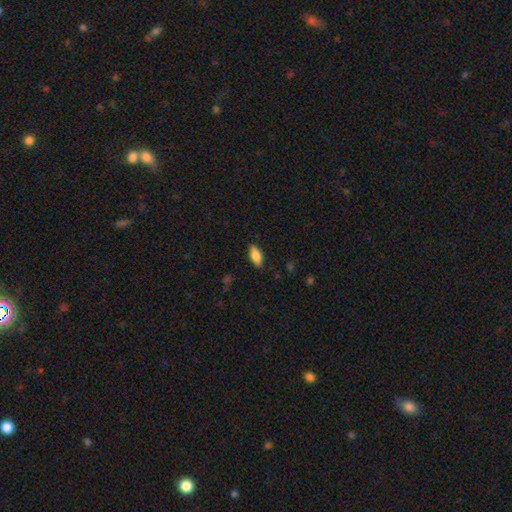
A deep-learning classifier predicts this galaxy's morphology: The model was most divided on "smooth or featured": smooth: 83%, featured or disk: 10%, star or artifact: 7%. More confident: how rounded — in between (87%); merging — none (86%).